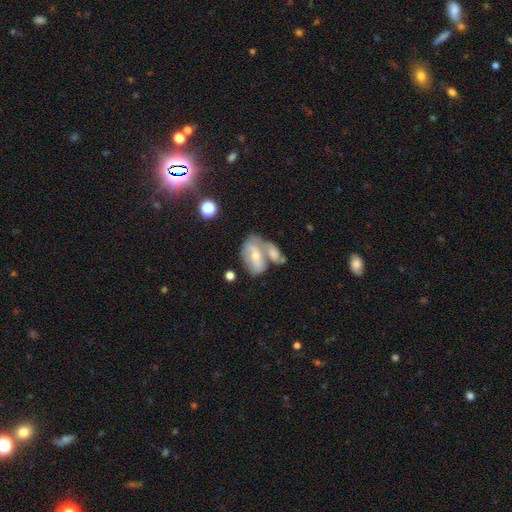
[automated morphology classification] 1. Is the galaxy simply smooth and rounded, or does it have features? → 54% featured or disk, 35% smooth, 11% star or artifact.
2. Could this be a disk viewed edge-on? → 88% no, 12% yes.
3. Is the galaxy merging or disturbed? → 52% merger, 30% none, 12% minor disturbance, 6% major disturbance.